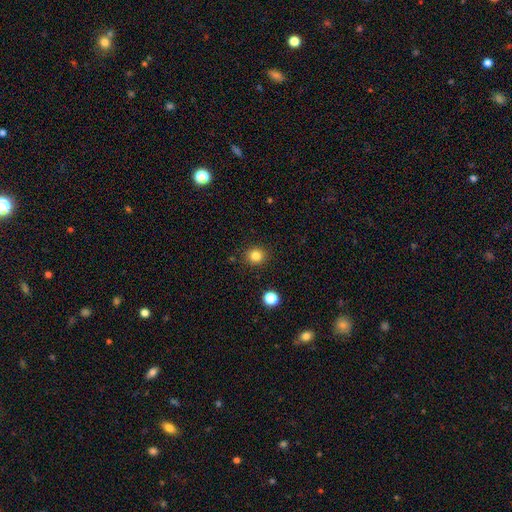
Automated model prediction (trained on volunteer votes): smooth-or-featured: smooth: 83% | star or artifact: 12% | featured or disk: 5%
  how-rounded: round: 89% | in between: 10% | cigar-shaped: 1%
  merging: none: 90% | minor disturbance: 6% | major disturbance: 2% | merger: 2%